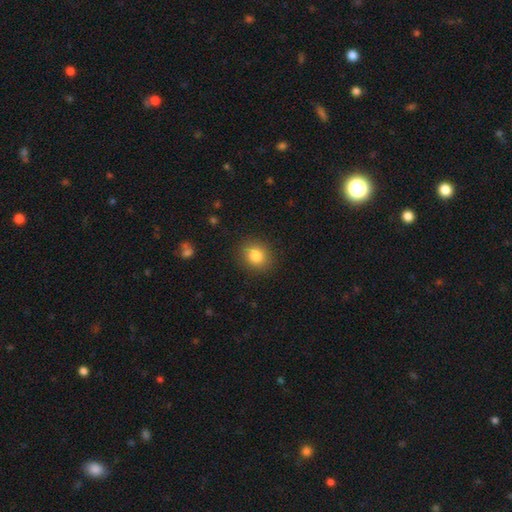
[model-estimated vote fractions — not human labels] Smooth or featured?
  - smooth: 83% *
  - star or artifact: 10%
  - featured or disk: 7%
How rounded?
  - round: 69% *
  - in between: 30%
  - cigar-shaped: 1%
Merging?
  - none: 89% *
  - minor disturbance: 7%
  - major disturbance: 2%
  - merger: 1%